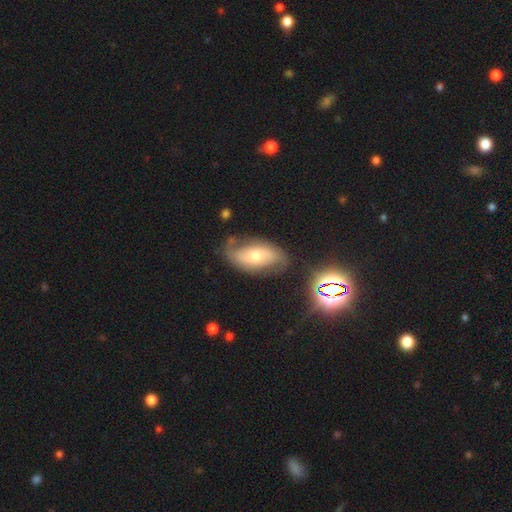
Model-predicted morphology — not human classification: Overall: featured or disk (54%; smooth 33%). Edge-on disk: no (89%). Merging: none (65%).